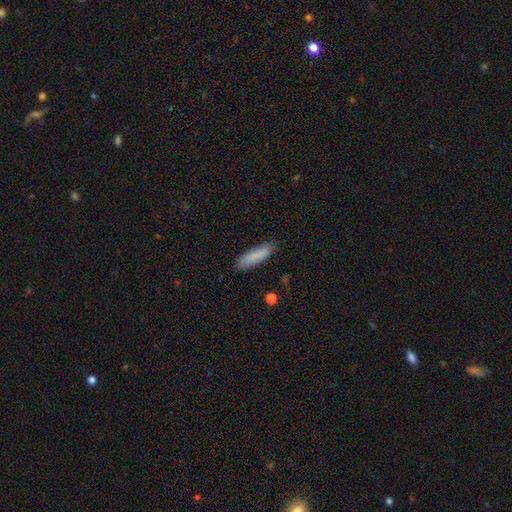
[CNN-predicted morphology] Smooth or featured: smooth — 86% (featured or disk — 8%)
How rounded: cigar-shaped — 65% (in between — 33%)
Merging: none — 85% (minor disturbance — 12%)